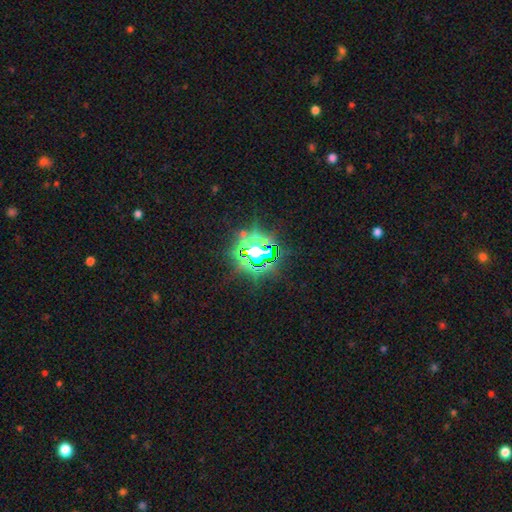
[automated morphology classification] Smooth or featured? star or artifact (85%)